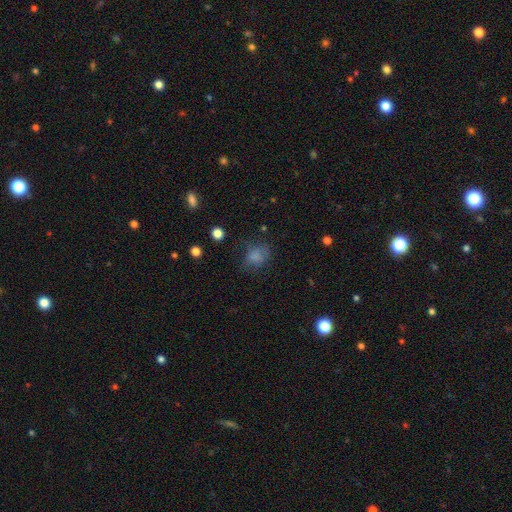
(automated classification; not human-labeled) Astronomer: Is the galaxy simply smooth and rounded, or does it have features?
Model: smooth — 69%.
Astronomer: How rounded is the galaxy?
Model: in between — 58% (runner-up: round, 41%).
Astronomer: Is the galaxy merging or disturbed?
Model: none — 50% (runner-up: minor disturbance, 26%).